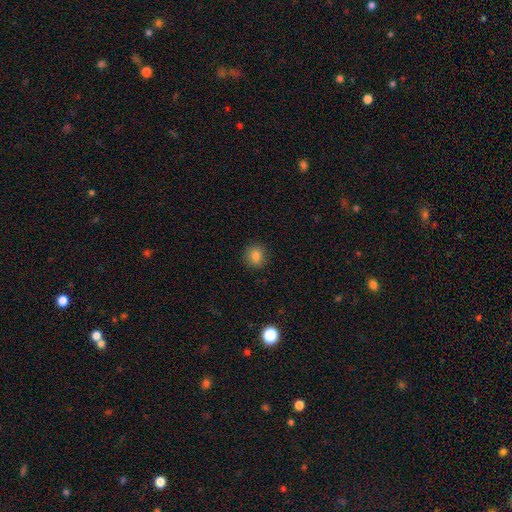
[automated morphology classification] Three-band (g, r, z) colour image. It shows a smooth galaxy with no disk features (82%) that is round (84%). Merging: none (89%).